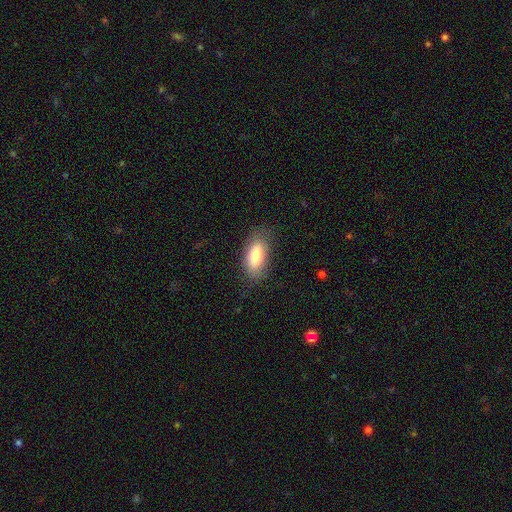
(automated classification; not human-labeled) Q: Smooth or featured?
A: smooth (83%); runner-up: featured or disk (11%)
Q: How rounded?
A: in between (83%); runner-up: cigar-shaped (15%)
Q: Merging?
A: none (76%); runner-up: minor disturbance (18%)